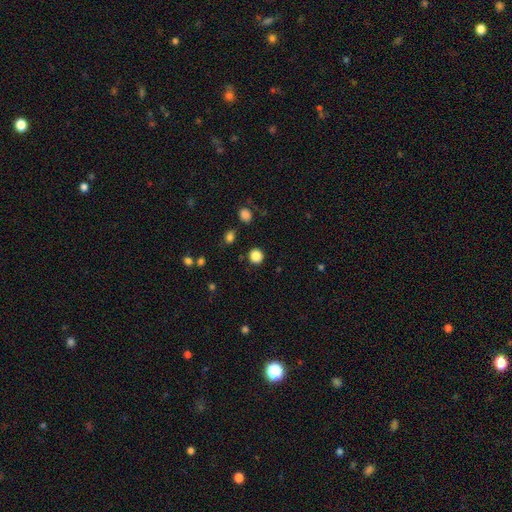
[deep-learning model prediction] This is clearly a smooth galaxy (85%). How rounded: clearly round (91%). Merging: clearly none (89%).